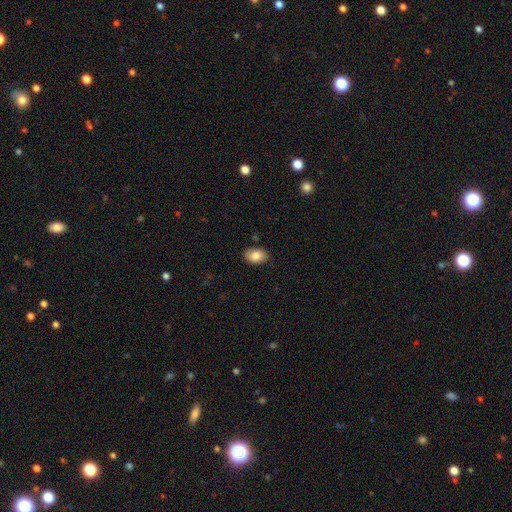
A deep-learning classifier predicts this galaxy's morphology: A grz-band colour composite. It shows a smooth galaxy with no disk features (83%) that is in between round and cigar-shaped (86%). Merging: none (80%).